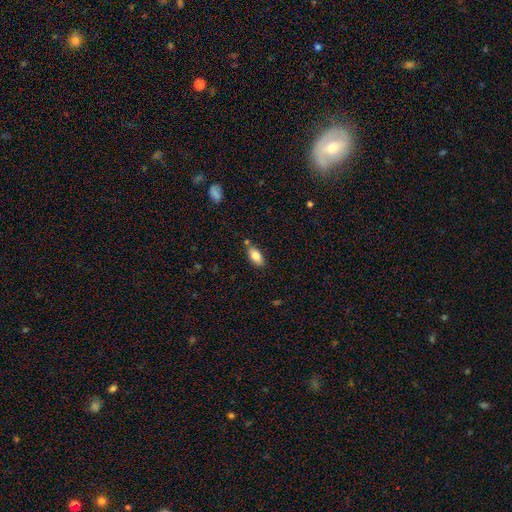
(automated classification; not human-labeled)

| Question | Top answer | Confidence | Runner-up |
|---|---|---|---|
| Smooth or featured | smooth | 80% | featured or disk (12%) |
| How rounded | in between | 90% | cigar-shaped (7%) |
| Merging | none | 75% | minor disturbance (15%) |